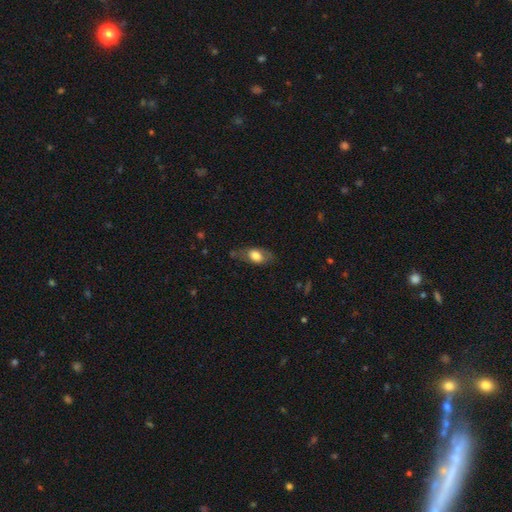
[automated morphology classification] type=smooth (66%); roundness=in between (87%); merging=none (63%).